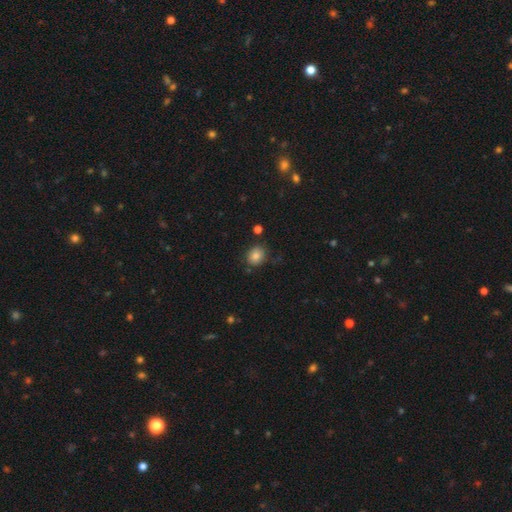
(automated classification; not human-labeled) Smooth or featured?
  - smooth: 82% *
  - star or artifact: 11%
  - featured or disk: 7%
How rounded?
  - round: 70% *
  - in between: 29%
  - cigar-shaped: 1%
Merging?
  - none: 80% *
  - minor disturbance: 13%
  - major disturbance: 3%
  - merger: 3%